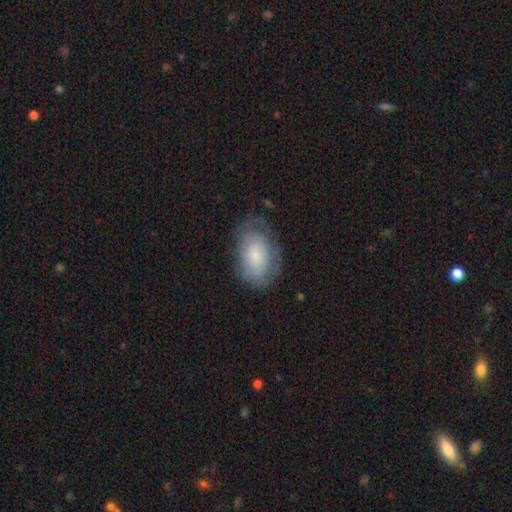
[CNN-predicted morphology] Smooth or featured? Predicted: smooth (p=0.57). How rounded? Predicted: in between (p=0.85). Merging? Predicted: none (p=0.63).